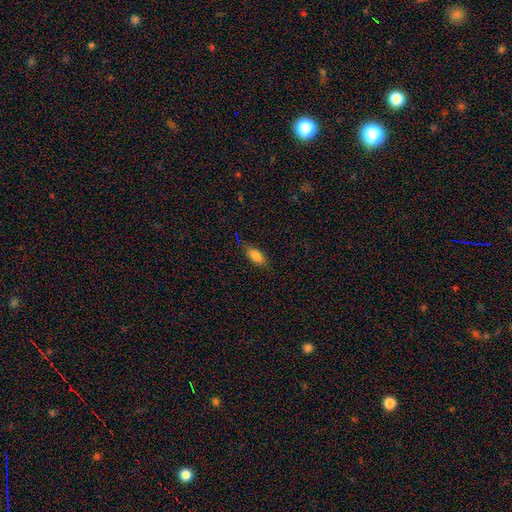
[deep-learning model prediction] A smooth galaxy with no disk features (82%) that is in between round and cigar-shaped (84%). Merging: none (79%).